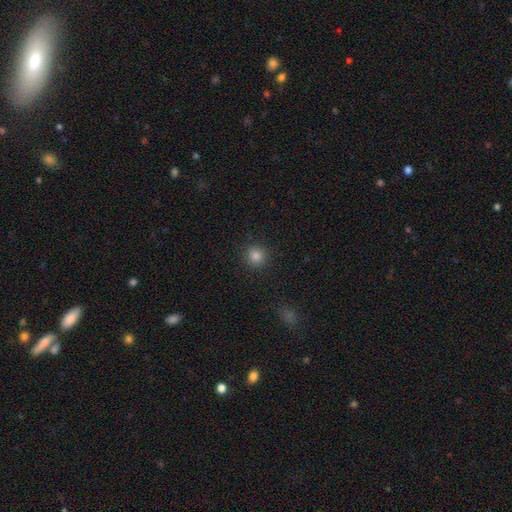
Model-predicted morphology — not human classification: This appears to be a smooth galaxy with no disk features (84%) that is round (92%). Merging: none (91%).